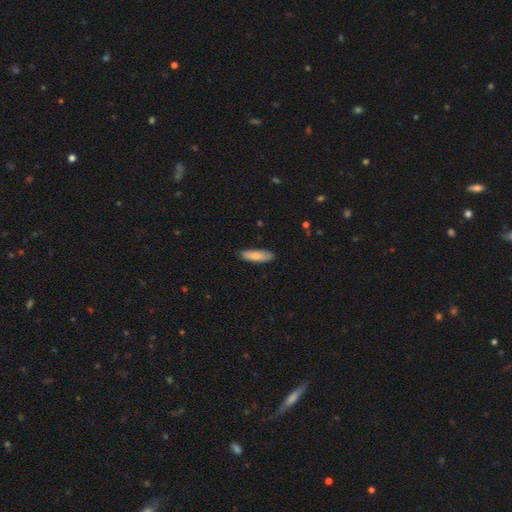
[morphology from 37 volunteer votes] Volunteers were most divided on "how rounded": cigar-shaped: 58%, in between: 39%, round: 3%. More confident: merging — none (91%); smooth or featured — smooth (89%).